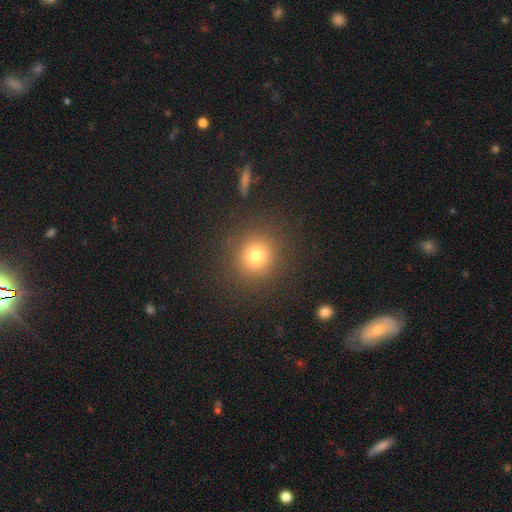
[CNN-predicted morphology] smooth_or_featured: smooth (p=0.75) [alt: star or artifact p=0.16]
how_rounded: round (p=0.91) [alt: in between p=0.08]
merging: none (p=0.88) [alt: minor disturbance p=0.07]